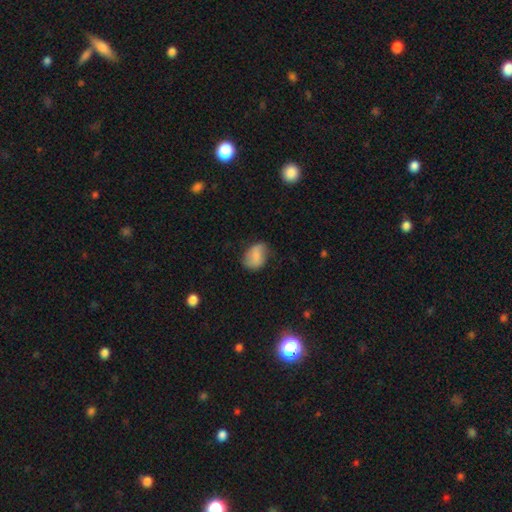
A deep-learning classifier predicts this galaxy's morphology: The model was most divided on "merging": none: 64%, minor disturbance: 27%, major disturbance: 7%, merger: 2%. More confident: how rounded — in between (75%); smooth or featured — smooth (72%).